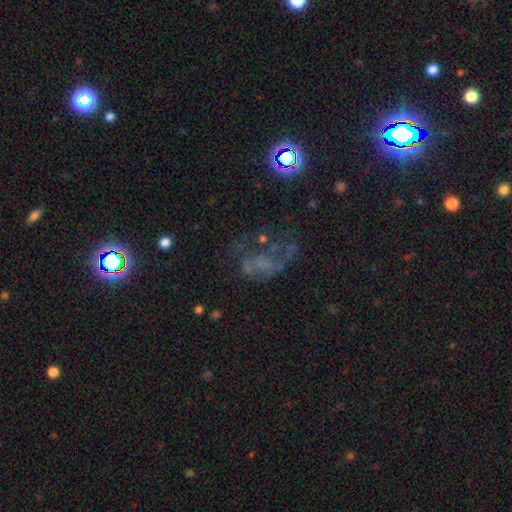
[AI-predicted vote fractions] A star or artifact, not a galaxy (42%).

Vote fractions:
- Smooth or featured? star or artifact: 42% / featured or disk: 38% / smooth: 20%